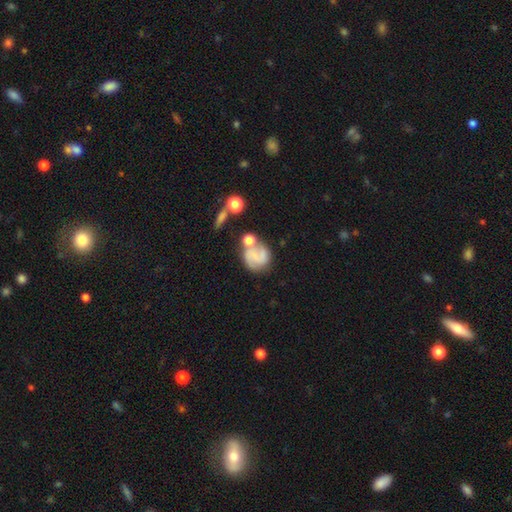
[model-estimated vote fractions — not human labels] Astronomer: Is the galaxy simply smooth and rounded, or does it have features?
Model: featured or disk — 56% (runner-up: smooth, 35%).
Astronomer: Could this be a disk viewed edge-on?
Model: no — 97%.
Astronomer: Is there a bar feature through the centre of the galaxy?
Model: no — 58%.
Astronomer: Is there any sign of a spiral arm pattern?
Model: yes — 85%.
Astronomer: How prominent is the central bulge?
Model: none — 50% (runner-up: small, 34%).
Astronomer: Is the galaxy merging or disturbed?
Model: none — 47% (runner-up: merger, 23%).